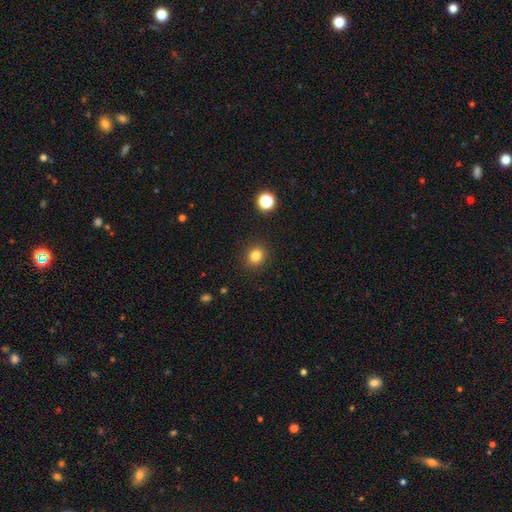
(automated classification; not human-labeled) Smooth or featured? smooth (82%)
How rounded? round (77%)
Merging? none (91%)